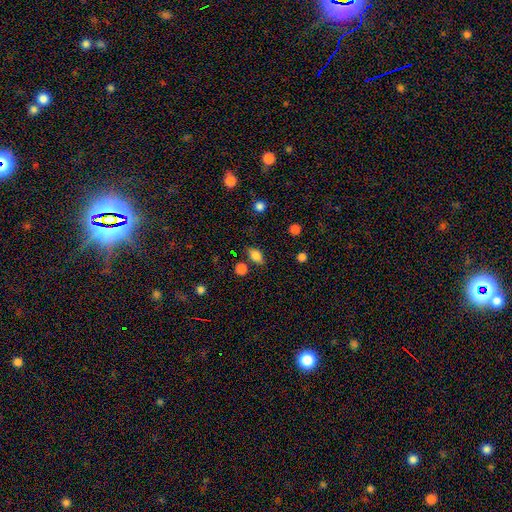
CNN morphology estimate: This is clearly a smooth galaxy (83%). How rounded: likely in between (79%). Merging: likely none (74%).